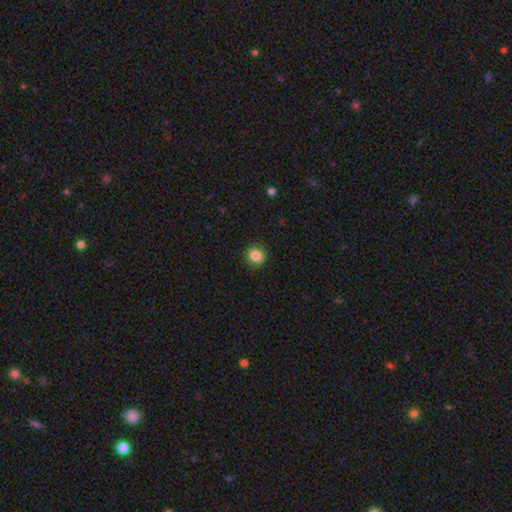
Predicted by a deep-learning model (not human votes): This appears to be a smooth galaxy with no disk features (85%) that is round (76%). Merging: none (87%).